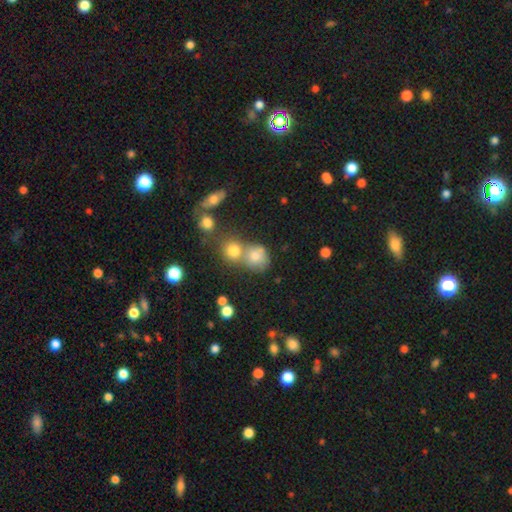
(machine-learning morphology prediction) Smooth or featured? Predicted: smooth (p=0.74). How rounded? Predicted: round (p=0.72). Merging? Predicted: merger (p=0.47).